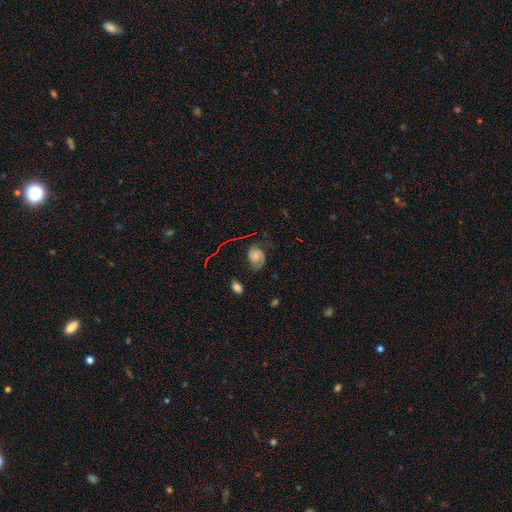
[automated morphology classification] smooth_or_featured: featured or disk (p=0.65) [alt: smooth p=0.24]
disk_edge_on: no (p=0.97) [alt: yes p=0.03]
bar: no (p=0.73) [alt: weak p=0.23]
has_spiral_arms: yes (p=0.92) [alt: no p=0.08]
spiral_winding: tight (p=0.41) [tied with: medium p=0.41]
spiral_arm_count: 2 (p=0.74) [alt: 1 p=0.11]
bulge_size: small (p=0.51) [alt: moderate p=0.33]
merging: none (p=0.62) [alt: minor disturbance p=0.22]